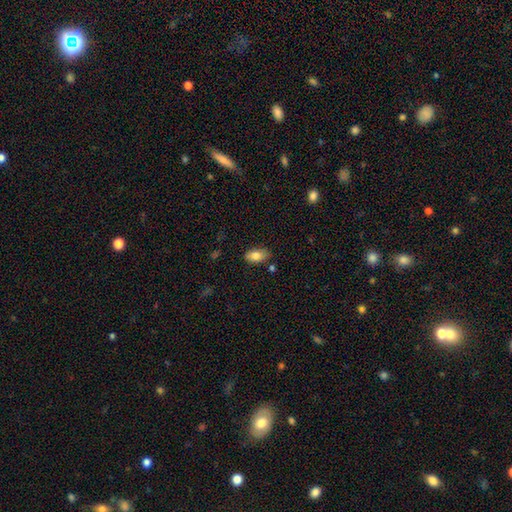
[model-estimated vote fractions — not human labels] This is clearly a smooth galaxy (82%). How rounded: clearly in between (92%). Merging: clearly none (80%).